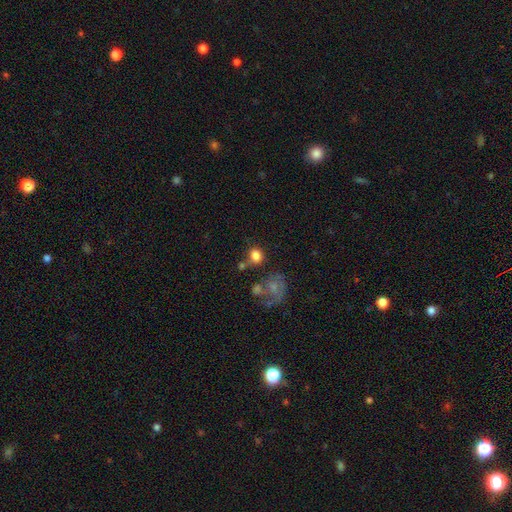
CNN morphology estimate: Smooth or featured? smooth (81%)
How rounded? round (61%)
Merging? none (59%)